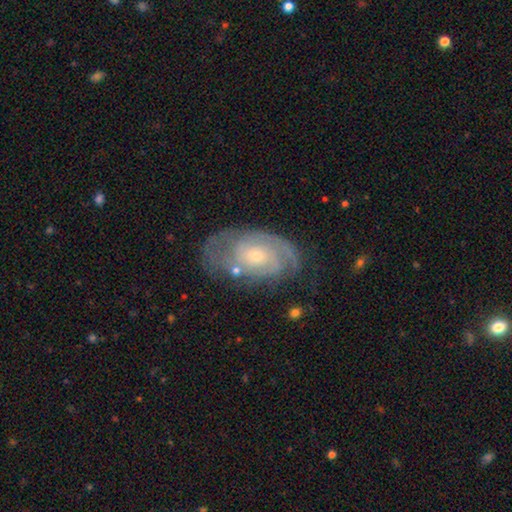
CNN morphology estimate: This appears to be a featured or disk galaxy (84%) with no bar (68%), 2 (50%) tight (65%) spiral arms (94%) and a small central bulge (62%). Merging: none (68%).